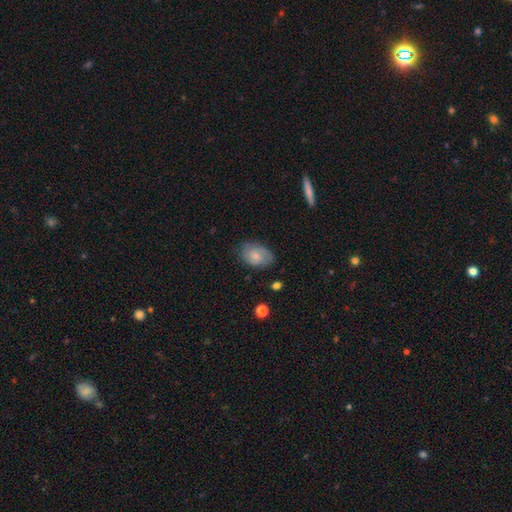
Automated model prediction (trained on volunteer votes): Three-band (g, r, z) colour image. It shows a smooth galaxy with no disk features (48%). Merging: none (70%).